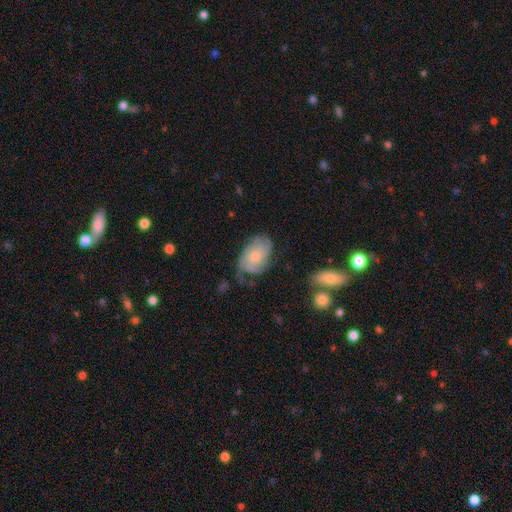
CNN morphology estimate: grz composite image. It shows a featured or disk galaxy (56%) with no bar (76%), spiral arms (81%) and a small central bulge (46%, tied with moderate). Merging: none (42%).